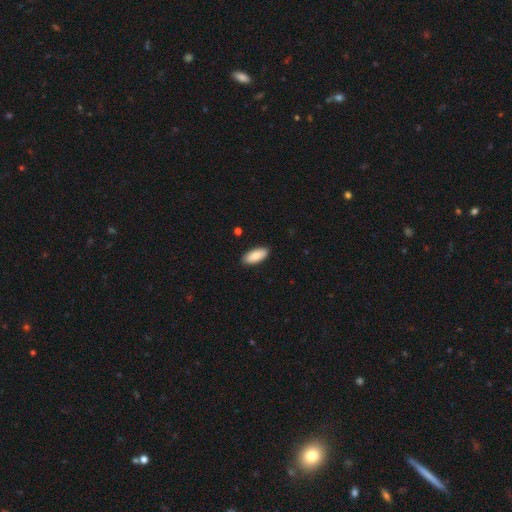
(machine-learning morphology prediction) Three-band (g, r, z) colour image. It shows a smooth galaxy with no disk features (87%) that is in between round and cigar-shaped (87%). Merging: none (90%).